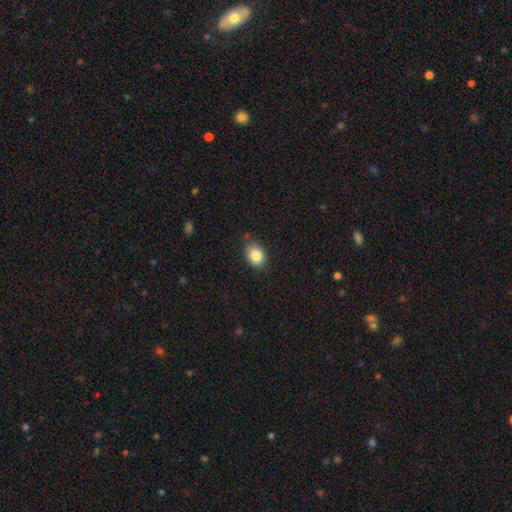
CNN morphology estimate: A smooth galaxy with no disk features (85%) that is in between round and cigar-shaped (68%).

Vote fractions:
- Smooth or featured? smooth: 85% / star or artifact: 9% / featured or disk: 6%
- How rounded? in between: 68% / round: 31% / cigar-shaped: 1%
- Merging? none: 78% / minor disturbance: 17% / major disturbance: 3% / merger: 2%